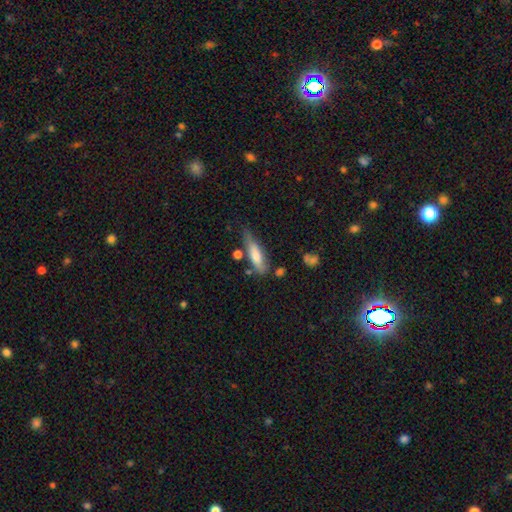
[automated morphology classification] The model was most divided on "merging": none: 58%, minor disturbance: 27%, merger: 7%, major disturbance: 7%. More confident: how rounded — cigar-shaped (65%); smooth or featured — smooth (65%).